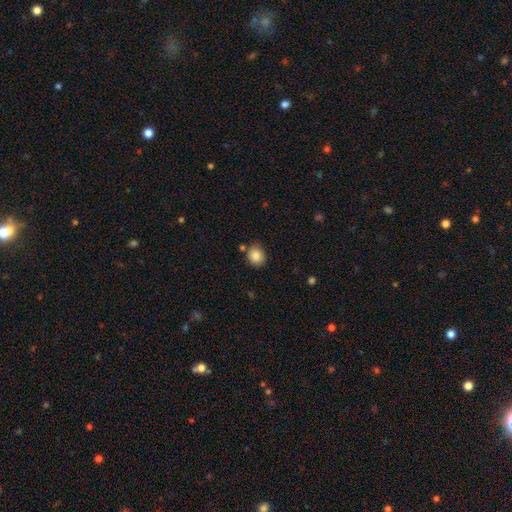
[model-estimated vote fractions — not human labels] Smooth or featured? smooth (85%)
How rounded? round (77%)
Merging? none (77%)